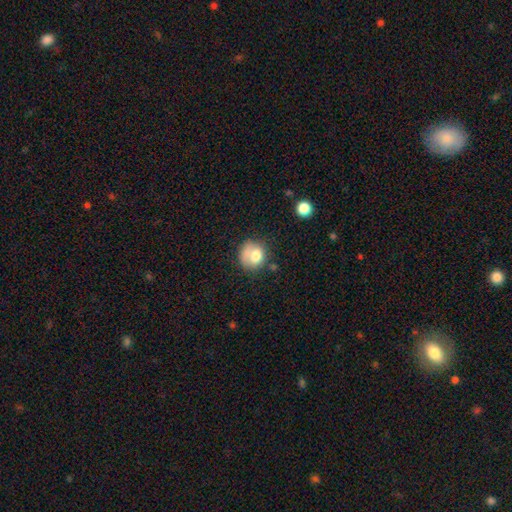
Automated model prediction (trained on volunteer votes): A smooth galaxy with no disk features (71%) that is round (69%).

Vote fractions:
- Smooth or featured? smooth: 71% / featured or disk: 20% / star or artifact: 9%
- How rounded? round: 69% / in between: 30% / cigar-shaped: 1%
- Merging? none: 44% / minor disturbance: 26% / major disturbance: 17% / merger: 14%